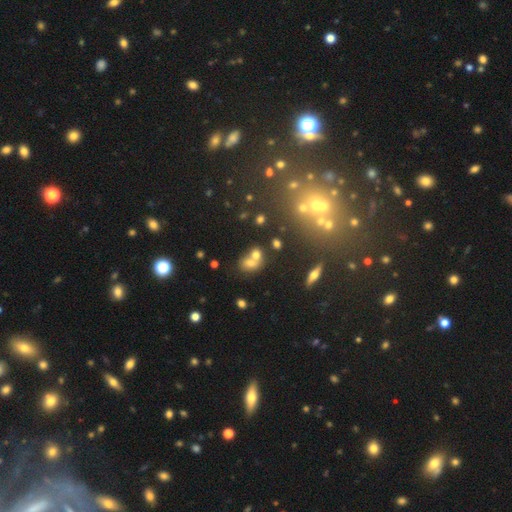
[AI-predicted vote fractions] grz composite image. It shows a smooth galaxy with no disk features (60%) that is in between round and cigar-shaped (51%). Merging: merger (54%).